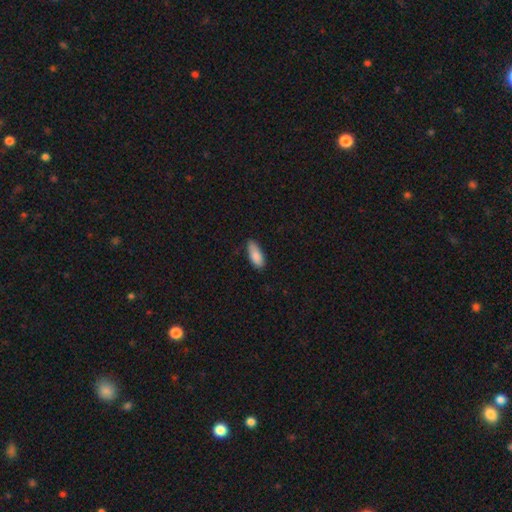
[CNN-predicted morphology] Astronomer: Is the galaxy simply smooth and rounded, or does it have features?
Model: smooth — 88%.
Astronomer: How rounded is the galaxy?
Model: in between — 80%.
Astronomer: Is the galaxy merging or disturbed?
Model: none — 67%.